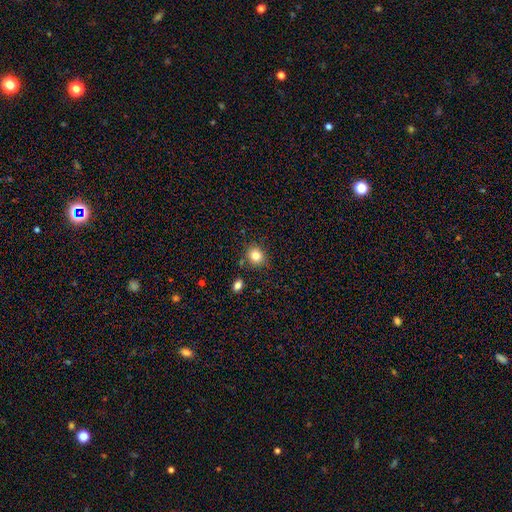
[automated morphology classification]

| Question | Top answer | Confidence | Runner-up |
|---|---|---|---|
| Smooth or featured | smooth | 83% | star or artifact (10%) |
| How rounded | round | 75% | in between (24%) |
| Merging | none | 81% | minor disturbance (11%) |